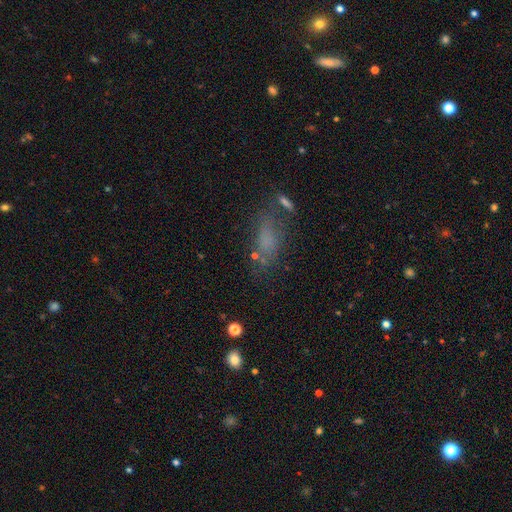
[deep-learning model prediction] smooth_or_featured: smooth (p=0.69) [alt: star or artifact p=0.16]
how_rounded: in between (p=0.75) [alt: cigar-shaped p=0.18]
merging: none (p=0.55) [alt: minor disturbance p=0.21]